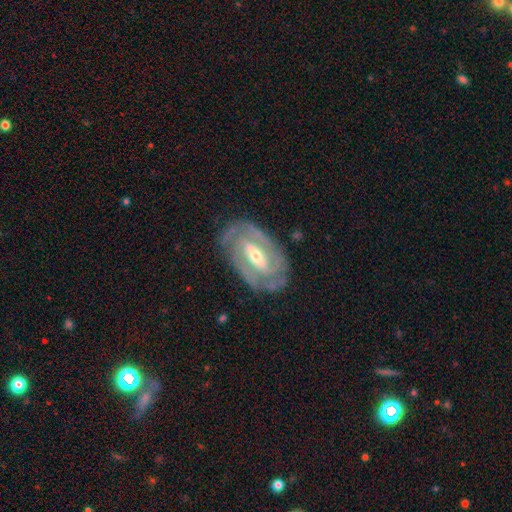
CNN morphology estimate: Smooth or featured? Predicted: featured or disk (p=0.88). Edge-on disk? Predicted: no (p=0.95). Bar? Predicted: strong (p=0.46). Spiral arms? Predicted: yes (p=0.94). Spiral winding? Predicted: tight (p=0.68). Spiral arm count? Predicted: 2 (p=0.67). Bulge size? Predicted: moderate (p=0.58). Merging? Predicted: none (p=0.80).